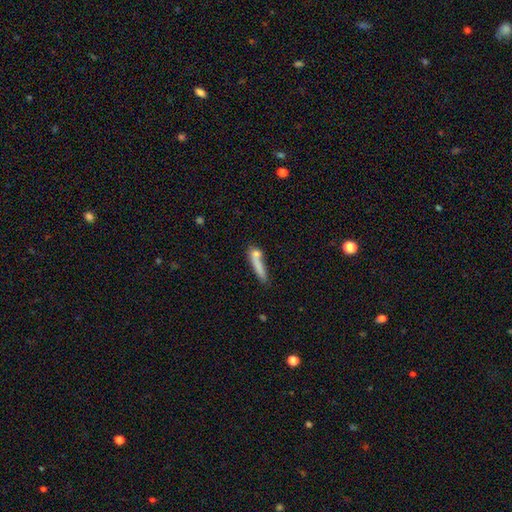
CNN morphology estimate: smooth-or-featured: smooth: 70% | featured or disk: 21% | star or artifact: 9%
  how-rounded: cigar-shaped: 84% | in between: 13% | round: 3%
  merging: none: 52% | merger: 24% | minor disturbance: 16% | major disturbance: 8%